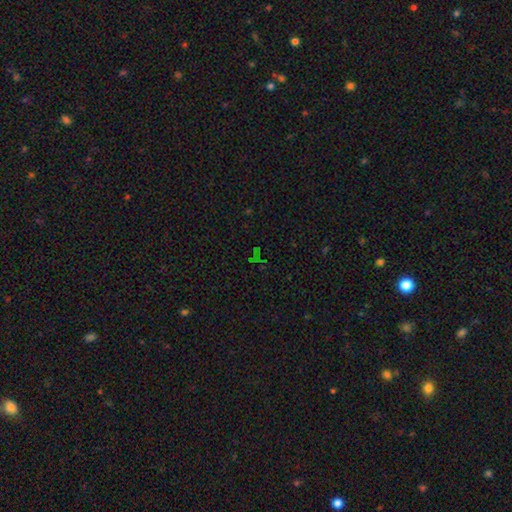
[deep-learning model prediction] Morphology: type=star or artifact (72%).